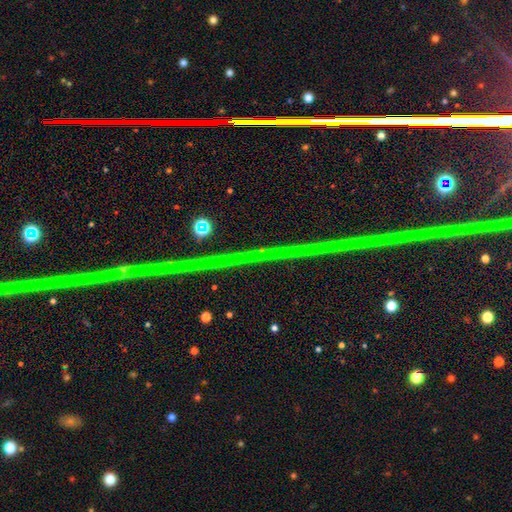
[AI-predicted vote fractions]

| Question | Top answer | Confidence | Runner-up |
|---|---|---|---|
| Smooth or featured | star or artifact | 86% | featured or disk (8%) |